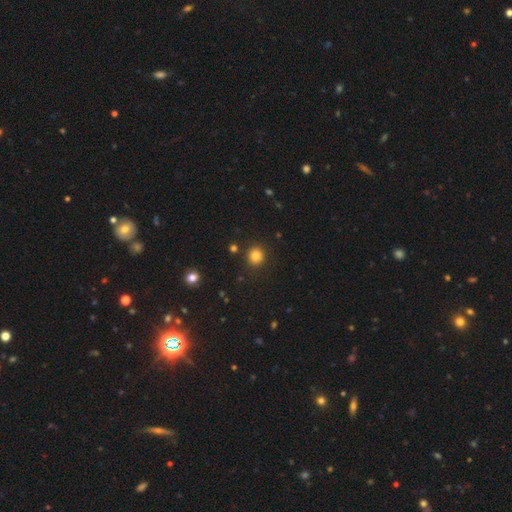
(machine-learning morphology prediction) Smooth or featured: smooth — 83% (star or artifact — 12%)
How rounded: round — 90% (in between — 9%)
Merging: none — 90% (minor disturbance — 6%)